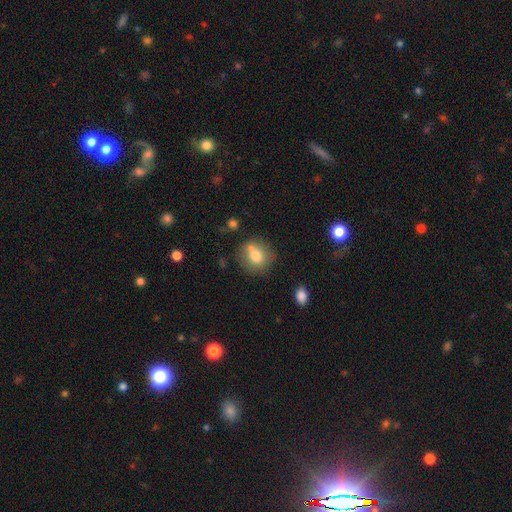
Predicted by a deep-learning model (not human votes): This appears to be a smooth galaxy with no disk features (73%) that is round (77%). Merging: none (62%).